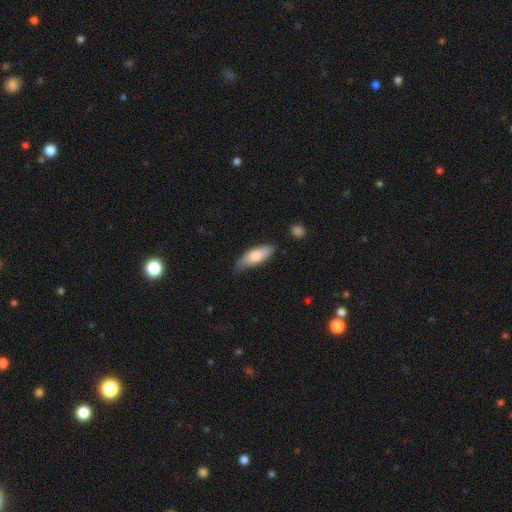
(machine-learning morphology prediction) smooth_or_featured: smooth (p=0.74) [alt: featured or disk p=0.20]
how_rounded: in between (p=0.67) [alt: cigar-shaped p=0.31]
merging: none (p=0.68) [alt: minor disturbance p=0.25]